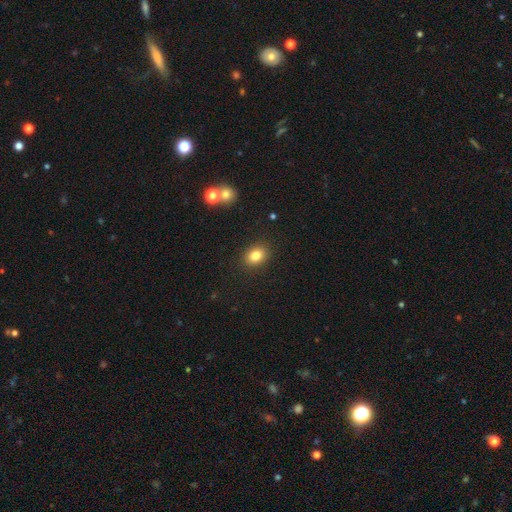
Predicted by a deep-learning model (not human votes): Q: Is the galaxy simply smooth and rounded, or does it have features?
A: smooth — 83%.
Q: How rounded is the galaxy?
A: in between — 63%.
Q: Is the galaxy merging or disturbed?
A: none — 88%.